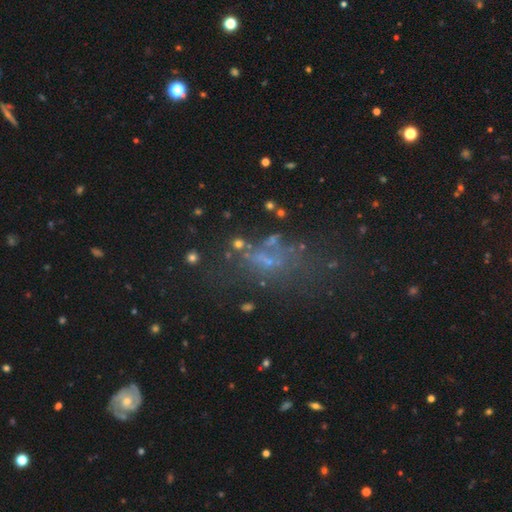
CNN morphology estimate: This appears to be a featured or disk galaxy (37%). Merging: none (49%).